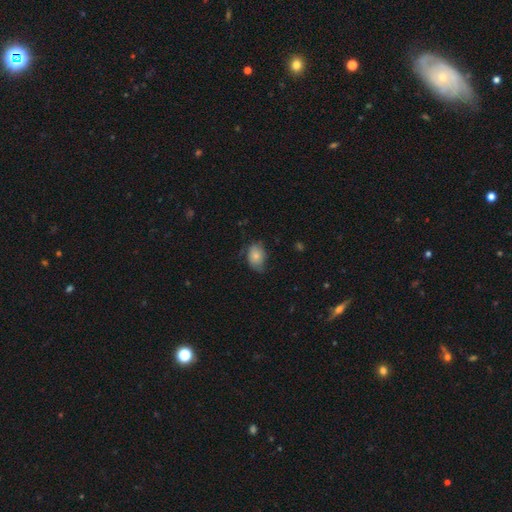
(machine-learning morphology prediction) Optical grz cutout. It shows a smooth galaxy with no disk features (78%) that is in between round and cigar-shaped (76%). Merging: none (54%).